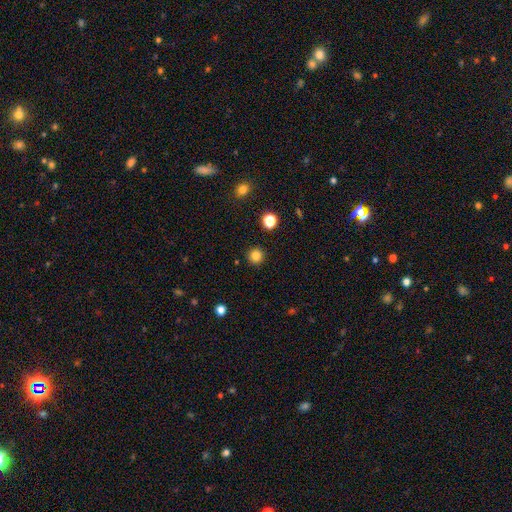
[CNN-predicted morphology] Smooth or featured? Predicted: smooth (p=0.83). How rounded? Predicted: round (p=0.95). Merging? Predicted: none (p=0.92).